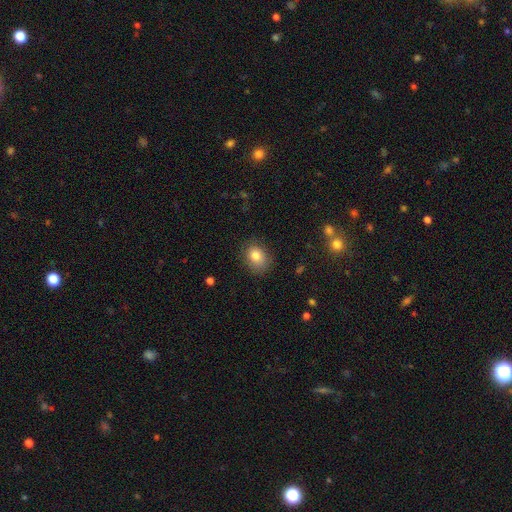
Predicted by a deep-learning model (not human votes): smooth-or-featured: smooth: 81% | star or artifact: 10% | featured or disk: 9%
  how-rounded: in between: 53% | round: 46% | cigar-shaped: 1%
  merging: none: 79% | minor disturbance: 16% | major disturbance: 4% | merger: 1%